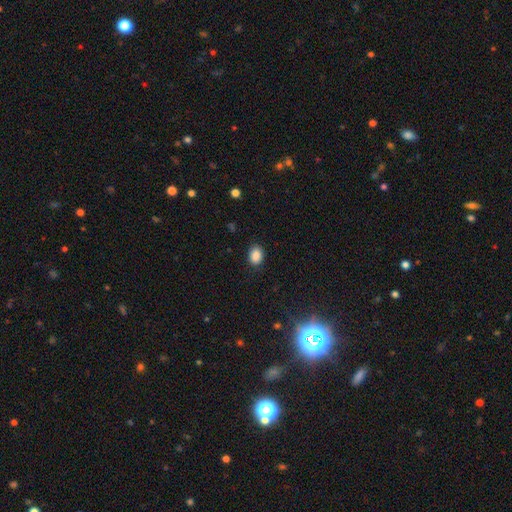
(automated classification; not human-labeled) smooth-or-featured: smooth: 88% | star or artifact: 9% | featured or disk: 3%
  how-rounded: in between: 69% | round: 30% | cigar-shaped: 1%
  merging: none: 86% | minor disturbance: 11% | major disturbance: 3% | merger: 1%